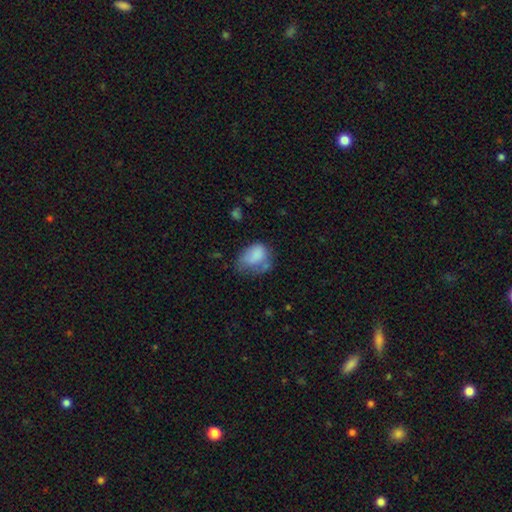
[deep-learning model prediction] Smooth or featured? Predicted: smooth (p=0.76). How rounded? Predicted: in between (p=0.72). Merging? Predicted: minor disturbance (p=0.34).